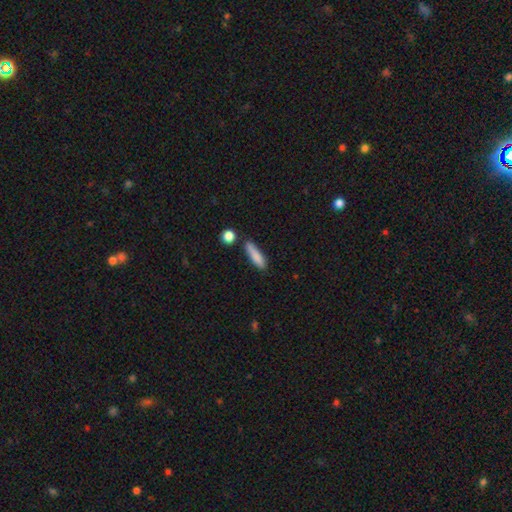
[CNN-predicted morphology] Smooth or featured?
  - smooth: 83% *
  - featured or disk: 10%
  - star or artifact: 7%
How rounded?
  - cigar-shaped: 76% *
  - in between: 22%
  - round: 2%
Merging?
  - none: 76% *
  - minor disturbance: 15%
  - merger: 5%
  - major disturbance: 3%